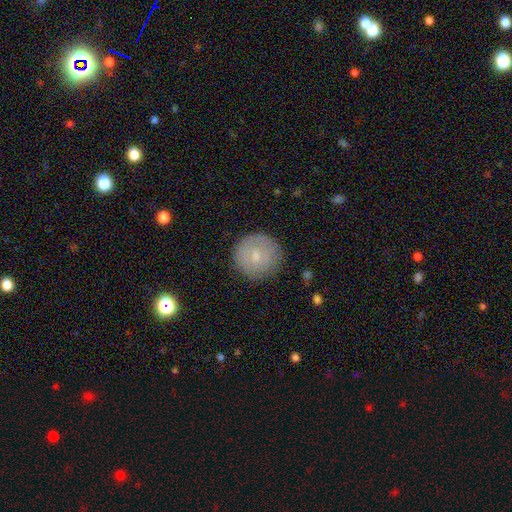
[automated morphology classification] A smooth galaxy with no disk features (68%) that is round (94%).

Vote fractions:
- Smooth or featured? smooth: 68% / featured or disk: 24% / star or artifact: 8%
- How rounded? round: 94% / in between: 5% / cigar-shaped: 1%
- Merging? none: 83% / minor disturbance: 12% / major disturbance: 4% / merger: 1%